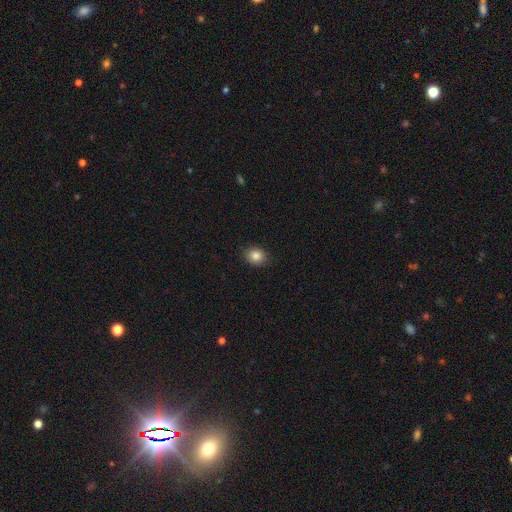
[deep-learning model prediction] smooth_or_featured: smooth (p=0.85) [alt: star or artifact p=0.10]
how_rounded: round (p=0.69) [alt: in between p=0.30]
merging: none (p=0.88) [alt: minor disturbance p=0.09]